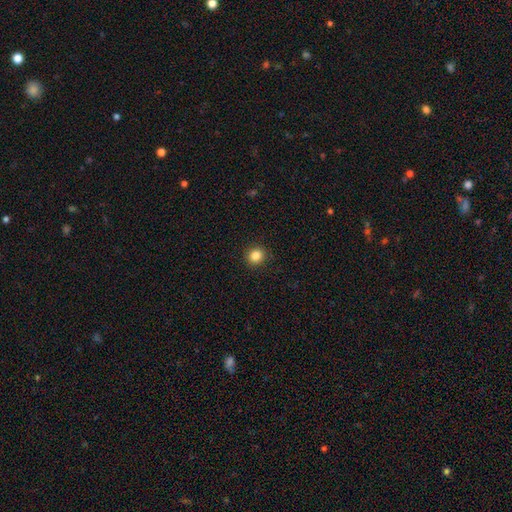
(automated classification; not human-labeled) The model was most divided on "smooth or featured": smooth: 84%, star or artifact: 11%, featured or disk: 4%. More confident: merging — none (92%); how rounded — round (90%).